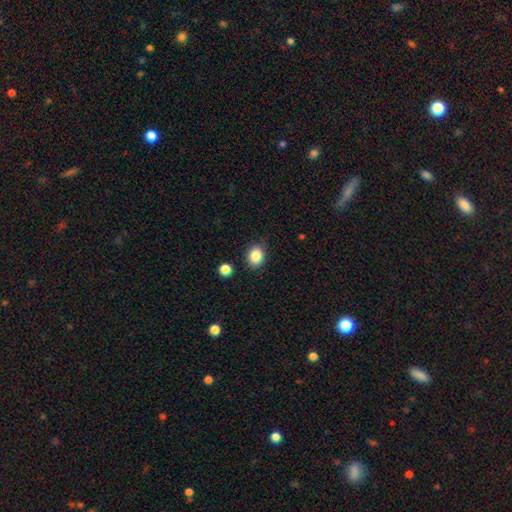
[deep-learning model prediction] The model was most divided on "how rounded": in between: 53%, round: 46%, cigar-shaped: 1%. More confident: smooth or featured — smooth (86%); merging — none (84%).